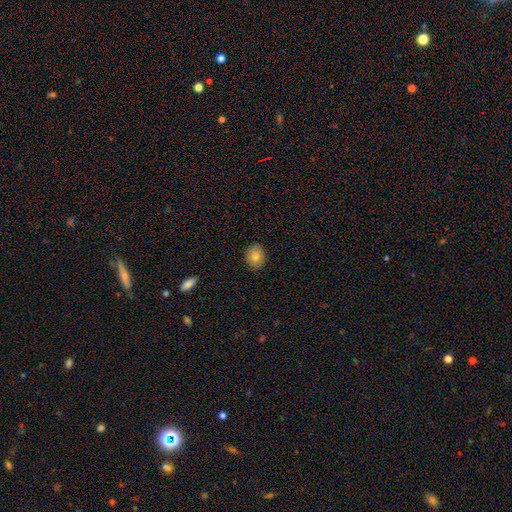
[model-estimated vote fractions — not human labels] Smooth or featured? Predicted: smooth (p=0.80). How rounded? Predicted: in between (p=0.53). Merging? Predicted: none (p=0.89).